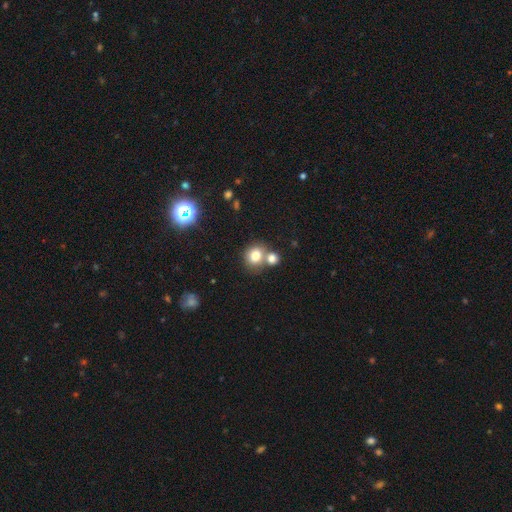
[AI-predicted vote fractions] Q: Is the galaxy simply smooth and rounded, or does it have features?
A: smooth — 78%.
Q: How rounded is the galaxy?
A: round — 75%.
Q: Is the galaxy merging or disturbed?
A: none — 49%.